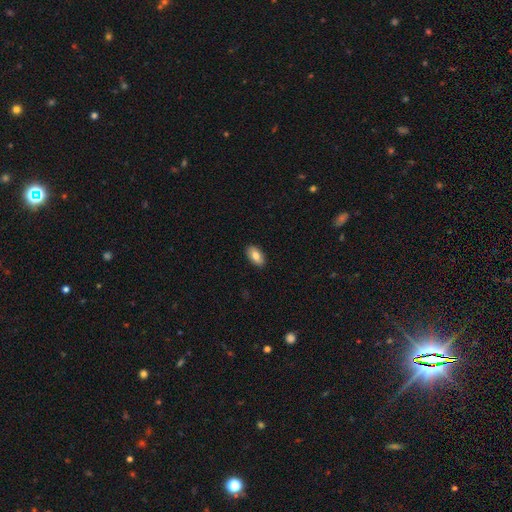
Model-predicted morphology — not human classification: The model was most divided on "smooth or featured": smooth: 80%, featured or disk: 13%, star or artifact: 7%. More confident: how rounded — in between (93%); merging — none (90%).